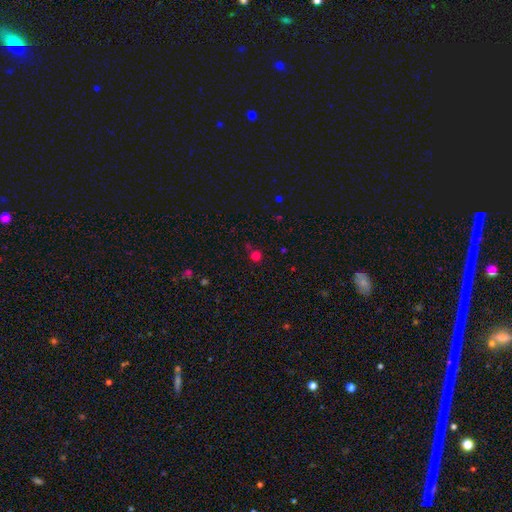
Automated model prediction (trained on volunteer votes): Overall: smooth (71%). How rounded: round (92%). Merging: none (79%).